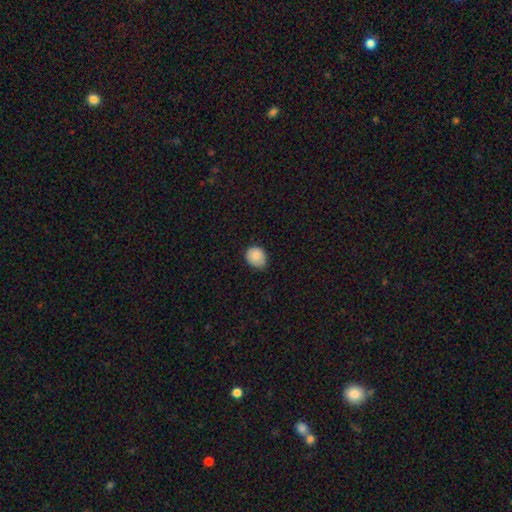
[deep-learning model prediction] Morphology: type=smooth (86%); roundness=round (65%); merging=none (68%).